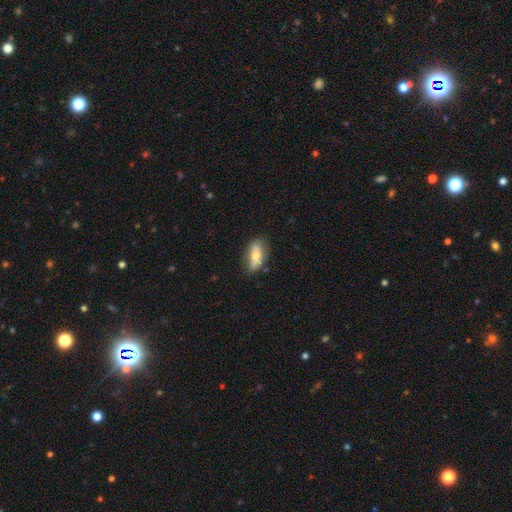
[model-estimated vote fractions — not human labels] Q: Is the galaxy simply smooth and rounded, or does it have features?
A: smooth — 59%.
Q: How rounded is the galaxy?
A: in between — 80%.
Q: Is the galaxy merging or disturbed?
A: none — 73%.